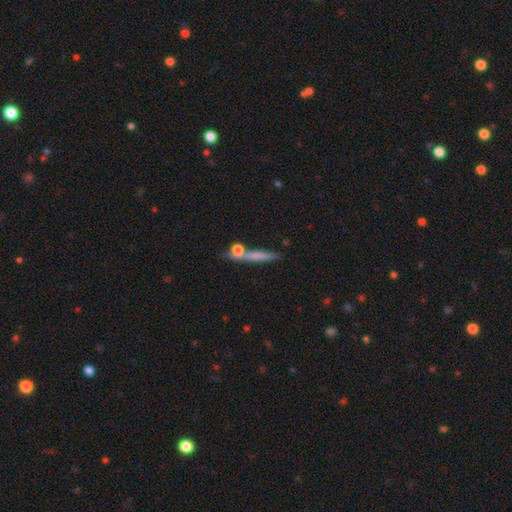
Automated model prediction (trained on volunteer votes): A smooth galaxy with no disk features (57%) that is cigar-shaped (86%).

Vote fractions:
- Smooth or featured? smooth: 57% / featured or disk: 34% / star or artifact: 9%
- How rounded? cigar-shaped: 86% / in between: 7% / round: 7%
- Merging? none: 71% / merger: 13% / minor disturbance: 12% / major disturbance: 4%